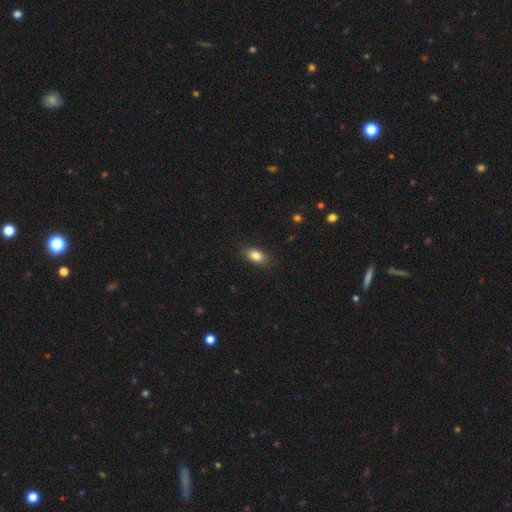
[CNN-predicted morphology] Q: Smooth or featured?
A: smooth (84%); runner-up: star or artifact (8%)
Q: How rounded?
A: in between (87%); runner-up: round (9%)
Q: Merging?
A: none (85%); runner-up: minor disturbance (12%)